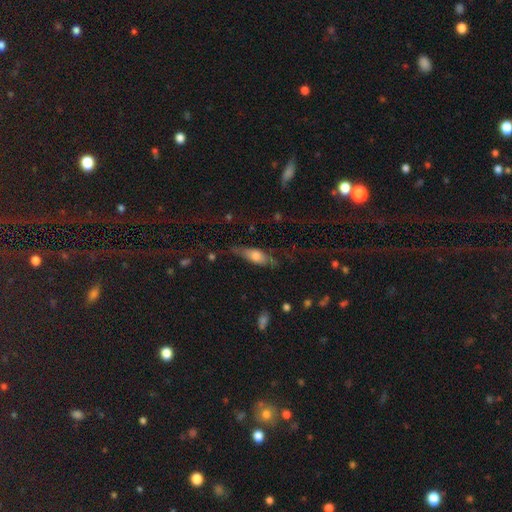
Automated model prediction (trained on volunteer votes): This appears to be a smooth galaxy with no disk features (51%) that is in between round and cigar-shaped (53%). Merging: none (56%).